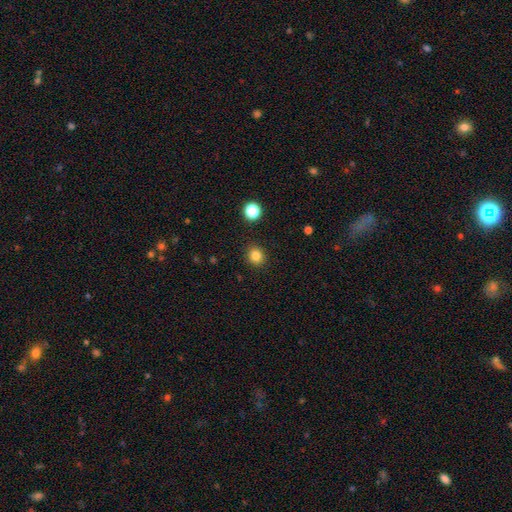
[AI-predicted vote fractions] smooth-or-featured: smooth: 83% | star or artifact: 12% | featured or disk: 5%
  how-rounded: round: 84% | in between: 15% | cigar-shaped: 1%
  merging: none: 90% | minor disturbance: 6% | major disturbance: 2% | merger: 1%